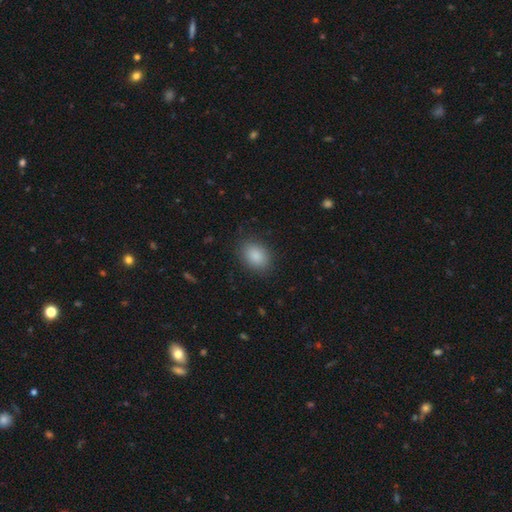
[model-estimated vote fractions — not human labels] Morphology: type=smooth (88%); roundness=in between (75%); merging=none (86%).